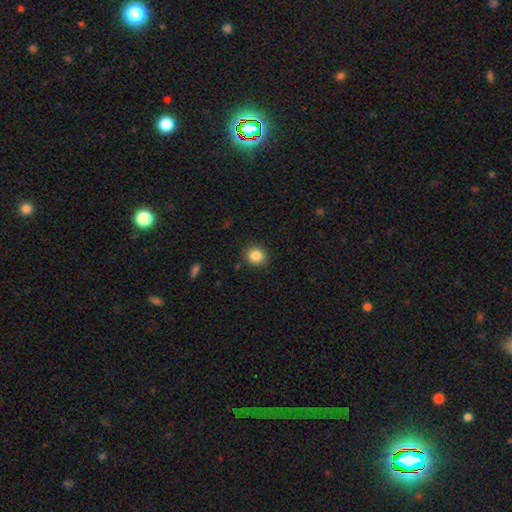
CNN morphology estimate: This appears to be a smooth galaxy with no disk features (85%) that is round (84%). Merging: none (89%).